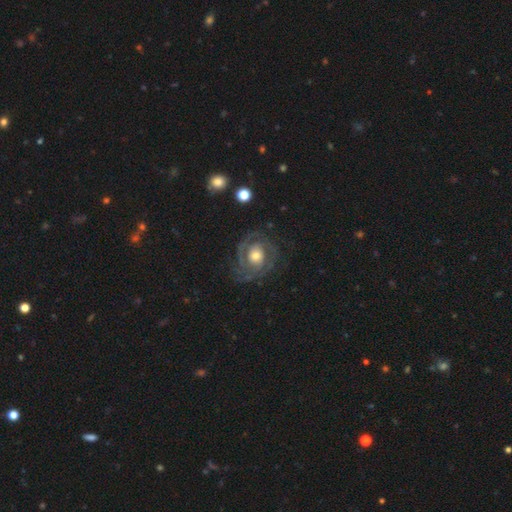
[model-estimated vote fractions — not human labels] featured or disk 86%, smooth 9%, star or artifact 5%. Down the decision tree: edge-on disk — no (98%); bar — no (71%); spiral arms — yes (95%); spiral arm count — 2 (41%); spiral winding — tight (59%); bulge size — moderate (64%); merging — none (75%).